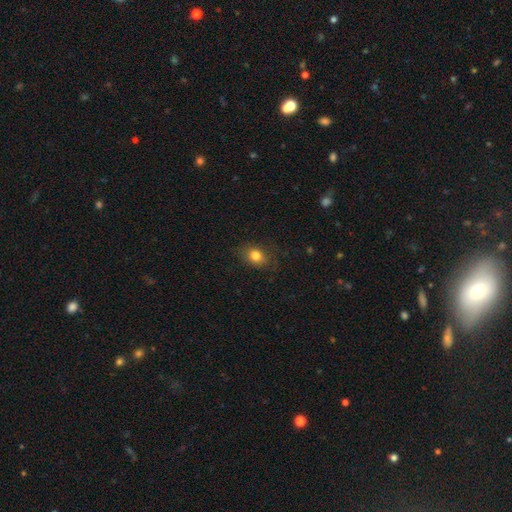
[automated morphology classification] Overall: smooth (81%). How rounded: in between (59%; round 39%). Merging: none (79%).